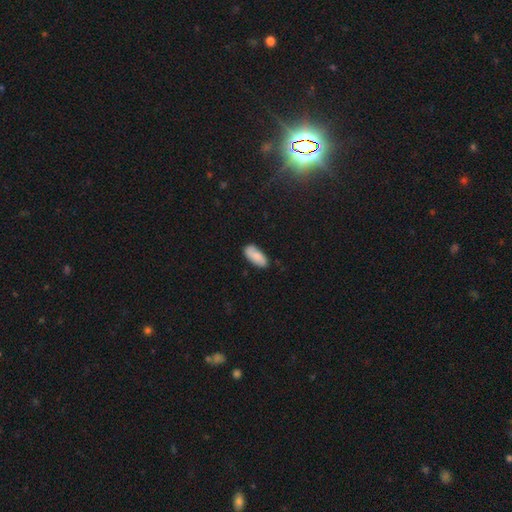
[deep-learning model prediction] Smooth or featured? smooth (82%)
How rounded? in between (84%)
Merging? none (78%)